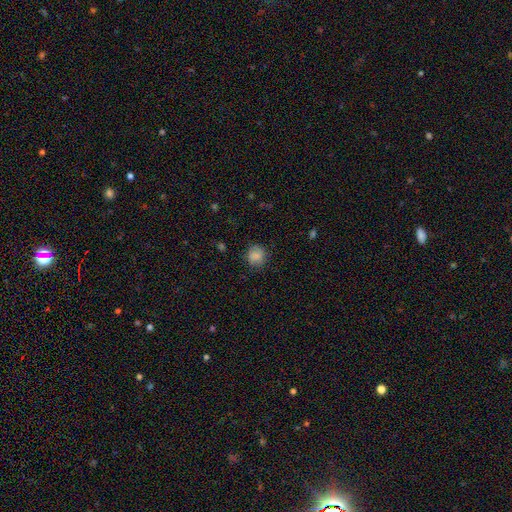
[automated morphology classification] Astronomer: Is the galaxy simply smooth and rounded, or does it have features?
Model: smooth — 81%.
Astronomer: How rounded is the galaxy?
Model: round — 80%.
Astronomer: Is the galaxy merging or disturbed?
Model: none — 76%.